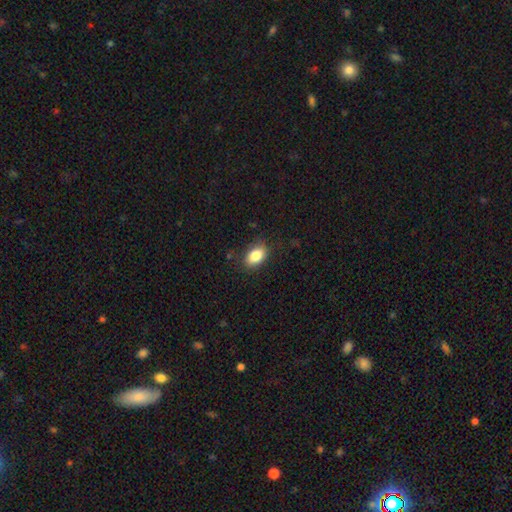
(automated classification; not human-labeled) smooth 85%, star or artifact 8%, featured or disk 7%. Down the decision tree: how rounded — in between (87%); merging — none (84%).